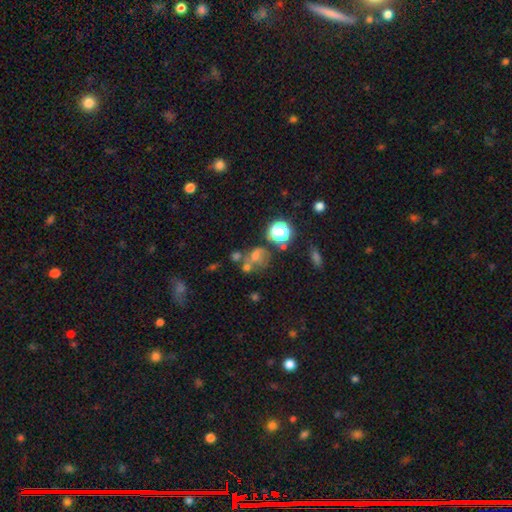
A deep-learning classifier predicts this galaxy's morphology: This appears to be a smooth galaxy with no disk features (48%). Merging: none (42%).